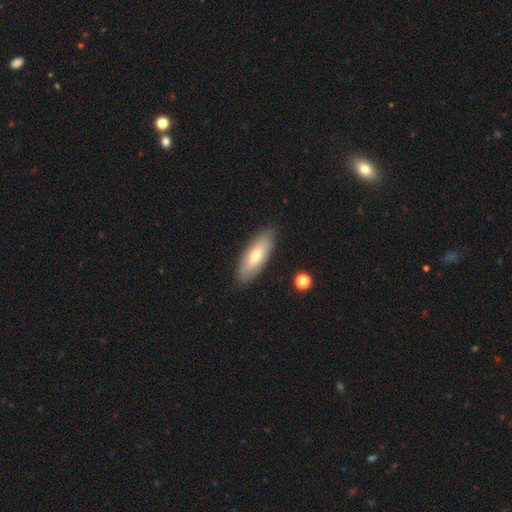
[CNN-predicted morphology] Smooth or featured?
  - smooth: 65% *
  - featured or disk: 29%
  - star or artifact: 6%
How rounded?
  - in between: 71% *
  - cigar-shaped: 27%
  - round: 2%
Merging?
  - none: 86% *
  - minor disturbance: 11%
  - major disturbance: 2%
  - merger: 1%